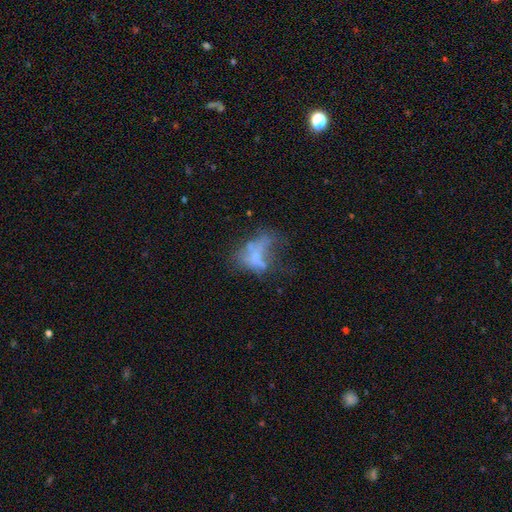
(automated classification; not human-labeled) Q: Smooth or featured?
A: featured or disk (45%); runner-up: smooth (36%)
Q: Merging?
A: major disturbance (42%); runner-up: none (27%)